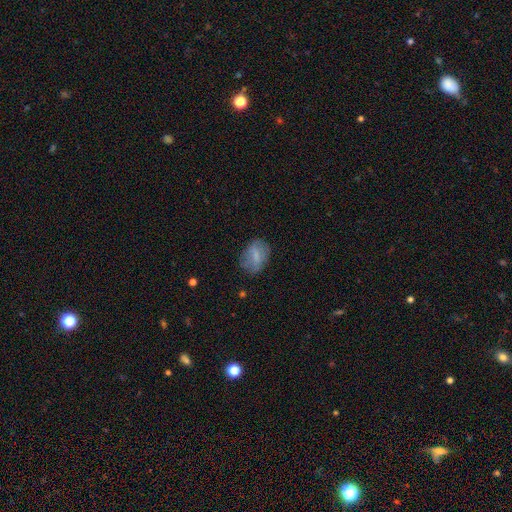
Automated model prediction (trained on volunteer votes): smooth-or-featured: smooth: 61% | featured or disk: 30% | star or artifact: 9%
  how-rounded: in between: 79% | round: 19% | cigar-shaped: 2%
  merging: none: 68% | minor disturbance: 22% | major disturbance: 9% | merger: 1%